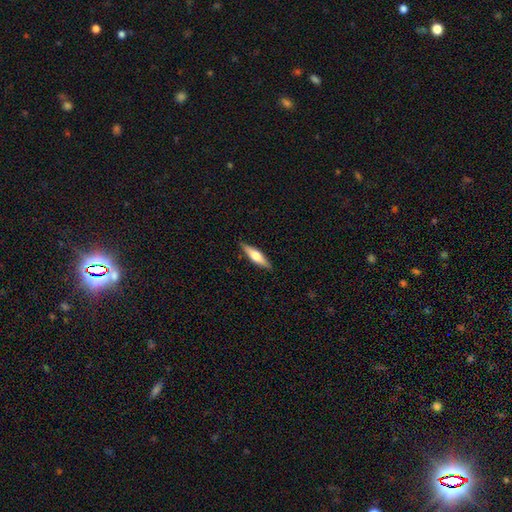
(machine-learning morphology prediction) This appears to be a smooth galaxy with no disk features (50%). Merging: none (88%).